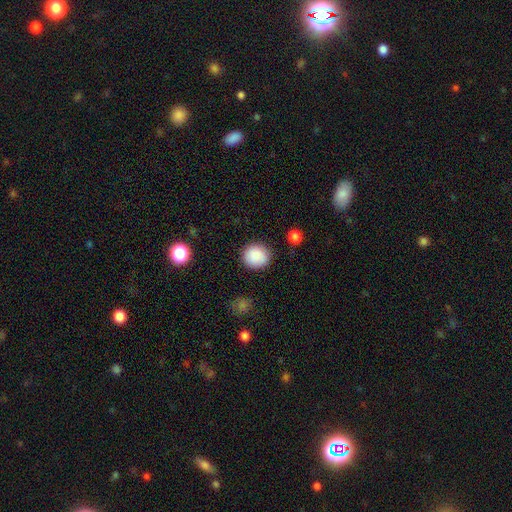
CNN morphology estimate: Overall: smooth (88%). How rounded: round (86%). Merging: none (88%).